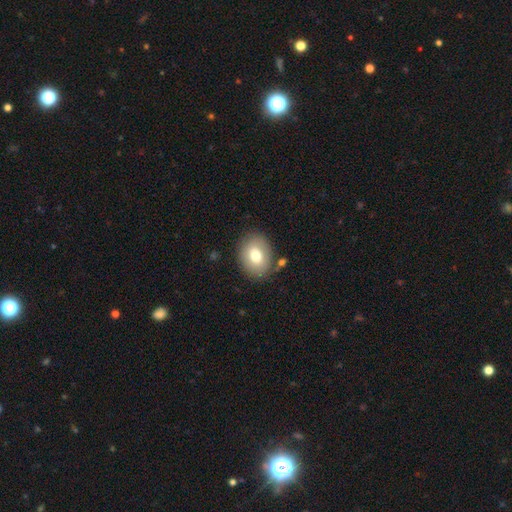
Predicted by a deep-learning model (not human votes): Smooth or featured: smooth — 75% (featured or disk — 17%)
How rounded: in between — 64% (round — 35%)
Merging: none — 81% (minor disturbance — 12%)